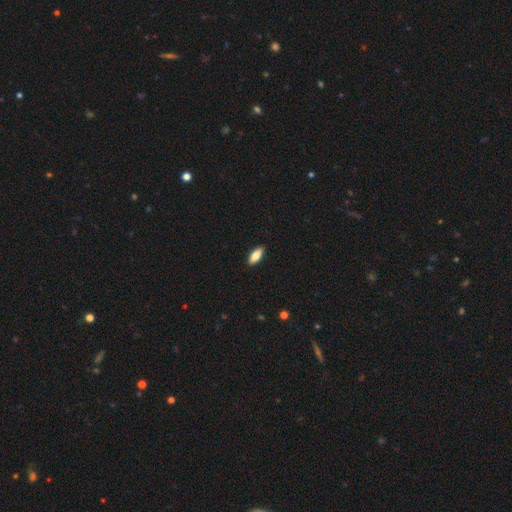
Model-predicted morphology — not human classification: smooth_or_featured: smooth (p=0.77) [alt: featured or disk p=0.17]
how_rounded: in between (p=0.73) [alt: cigar-shaped p=0.25]
merging: none (p=0.90) [alt: minor disturbance p=0.08]